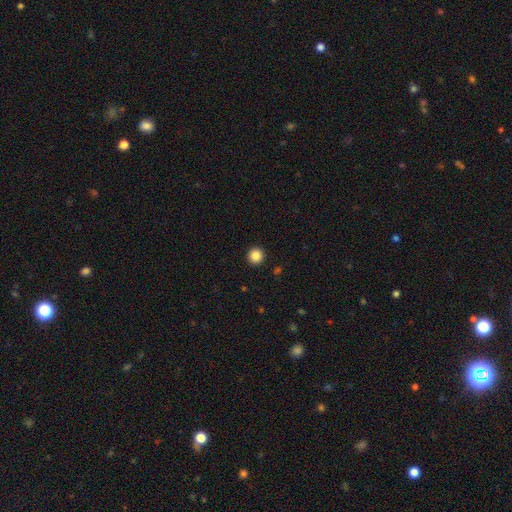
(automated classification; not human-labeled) This appears to be a smooth galaxy with no disk features (86%) that is round (95%). Merging: none (93%).